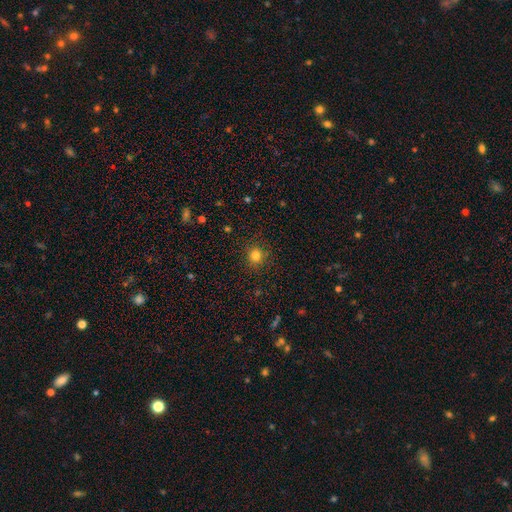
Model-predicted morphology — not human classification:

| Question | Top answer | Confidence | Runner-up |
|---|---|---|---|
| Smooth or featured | smooth | 81% | star or artifact (14%) |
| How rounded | round | 88% | in between (11%) |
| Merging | none | 89% | minor disturbance (8%) |